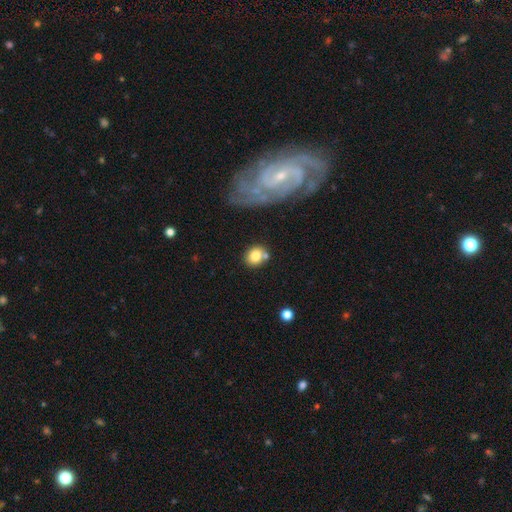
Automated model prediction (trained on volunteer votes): A smooth galaxy with no disk features (79%) that is round (72%). Merging: none (63%).